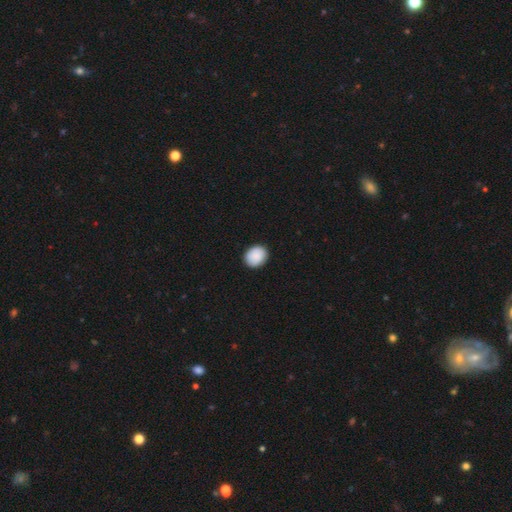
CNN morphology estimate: smooth-or-featured: smooth: 90% | star or artifact: 7% | featured or disk: 3%
  how-rounded: round: 62% | in between: 37% | cigar-shaped: 1%
  merging: none: 90% | minor disturbance: 8% | major disturbance: 2% | merger: 1%